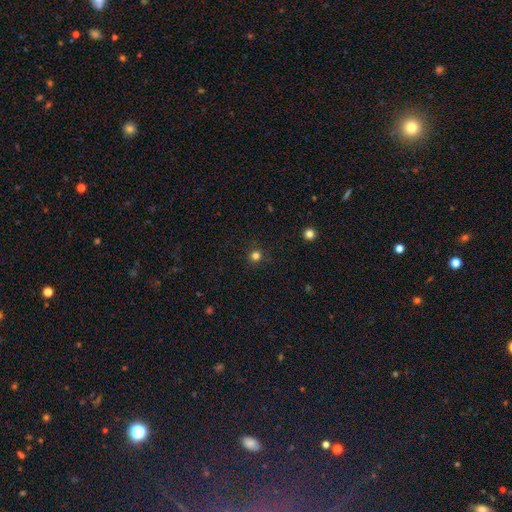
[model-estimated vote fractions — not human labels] Smooth or featured? Predicted: smooth (p=0.77). How rounded? Predicted: round (p=0.93). Merging? Predicted: none (p=0.89).